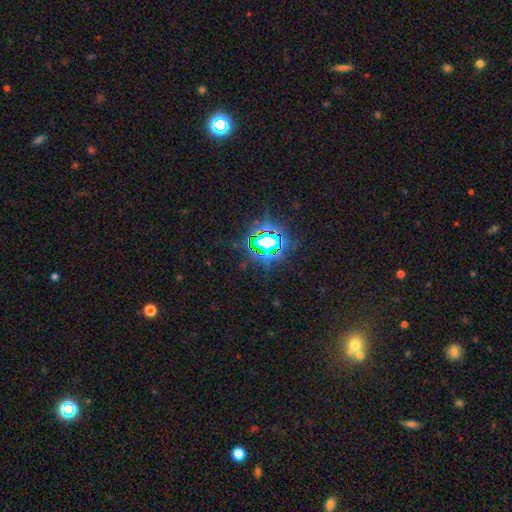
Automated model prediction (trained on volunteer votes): This appears to be a star or artifact, not a galaxy (81%).